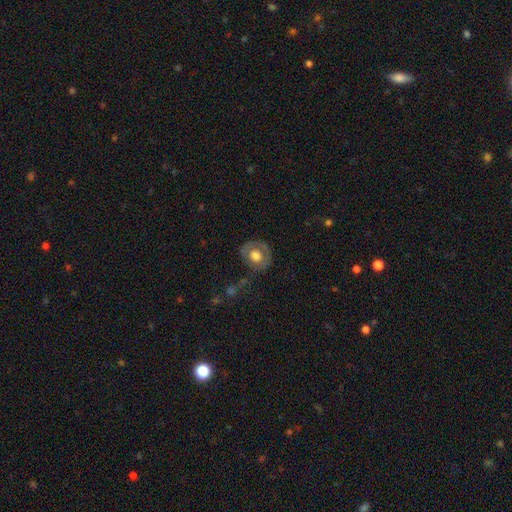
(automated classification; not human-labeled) Morphology: type=smooth (55%); roundness=round (74%); merging=none (68%).